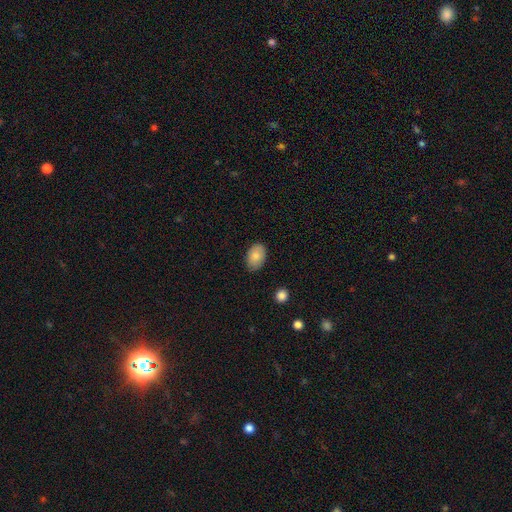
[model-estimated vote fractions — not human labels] This is clearly a smooth galaxy (83%). How rounded: clearly in between (87%). Merging: clearly none (82%).